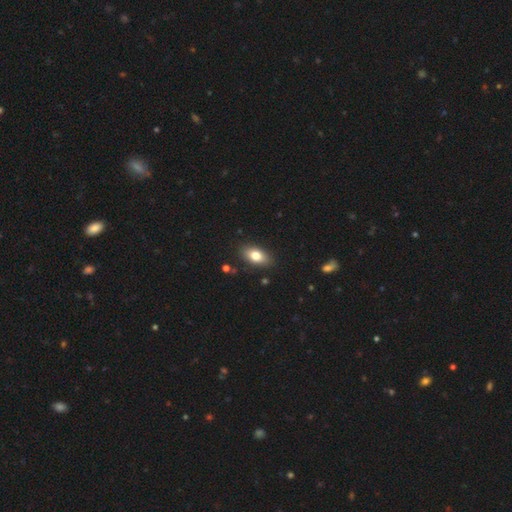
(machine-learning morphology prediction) Q: Smooth or featured?
A: smooth (79%); runner-up: featured or disk (13%)
Q: How rounded?
A: in between (89%); runner-up: round (7%)
Q: Merging?
A: none (87%); runner-up: minor disturbance (9%)